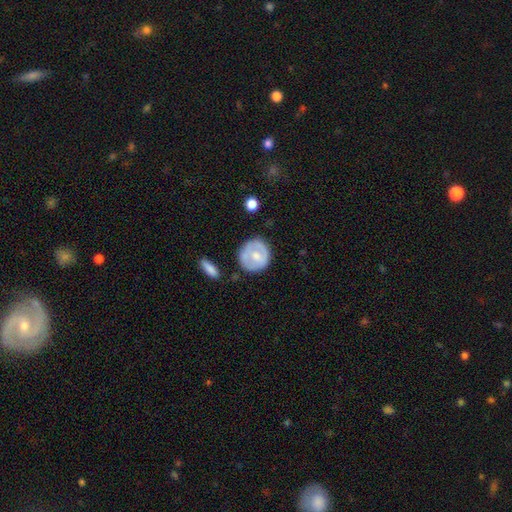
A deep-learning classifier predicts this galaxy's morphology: This appears to be a smooth galaxy with no disk features (53%) that is round (87%). Merging: none (76%).